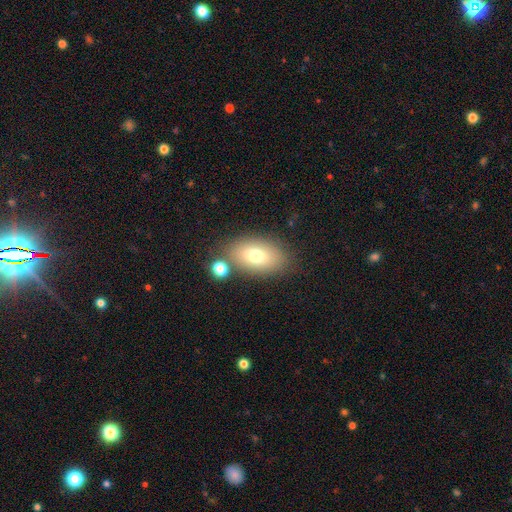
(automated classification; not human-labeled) smooth 74%, featured or disk 16%, star or artifact 10%. Down the decision tree: how rounded — in between (89%); merging — none (74%).